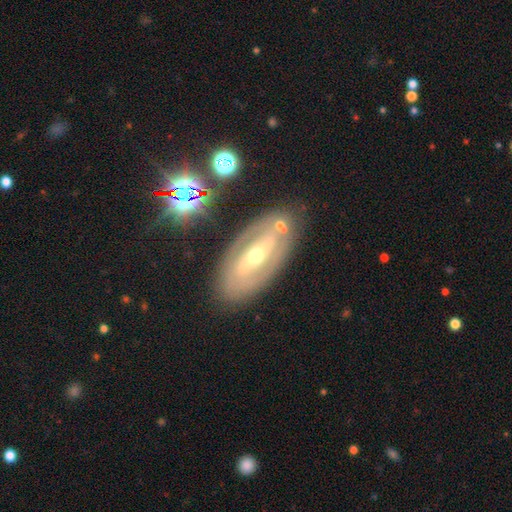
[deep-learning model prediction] The model was most divided on "bar": strong: 46%, weak: 31%, no: 24%. More confident: edge-on disk — no (89%); merging — none (80%); smooth or featured — featured or disk (78%); spiral arms — yes (65%); bulge size — moderate (56%).